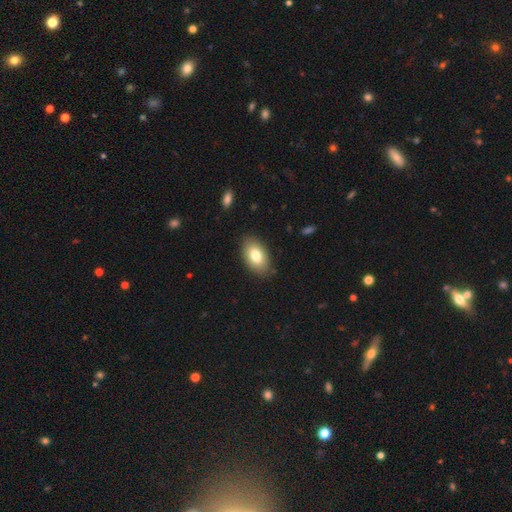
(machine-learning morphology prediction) This is likely a smooth galaxy (78%). How rounded: clearly in between (93%). Merging: clearly none (85%).